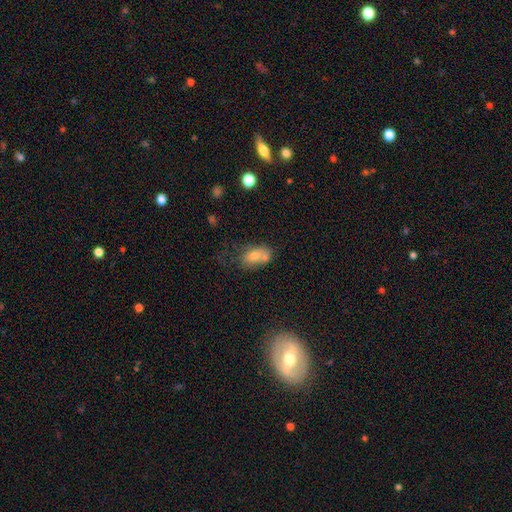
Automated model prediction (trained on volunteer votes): Smooth or featured: smooth — 70% (featured or disk — 21%)
How rounded: in between — 80% (round — 18%)
Merging: merger — 44% (none — 30%)